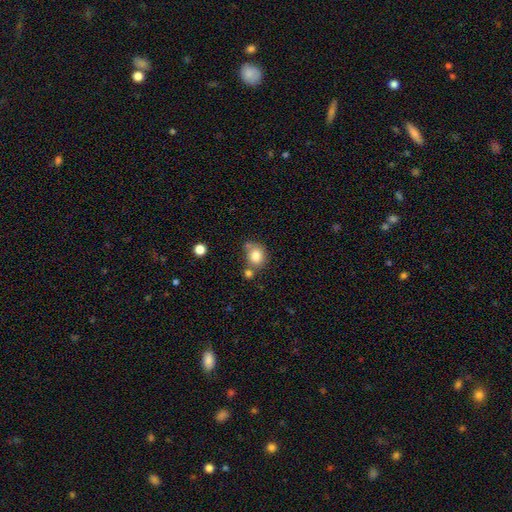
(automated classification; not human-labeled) A smooth galaxy with no disk features (82%) that is round (70%). Merging: none (55%).